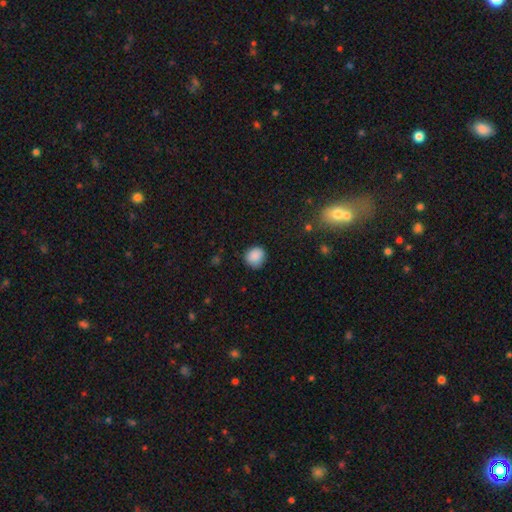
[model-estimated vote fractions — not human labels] The model was most divided on "how rounded": round: 85%, in between: 14%, cigar-shaped: 1%. More confident: smooth or featured — smooth (88%); merging — none (85%).